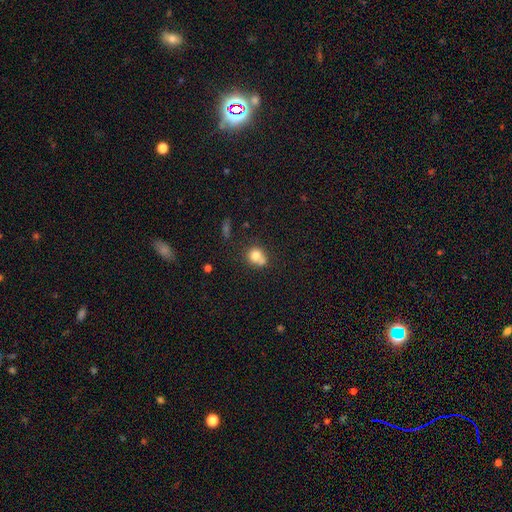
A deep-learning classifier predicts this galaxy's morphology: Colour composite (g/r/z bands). It shows a smooth galaxy with no disk features (75%) that is round (73%). Merging: none (42%).